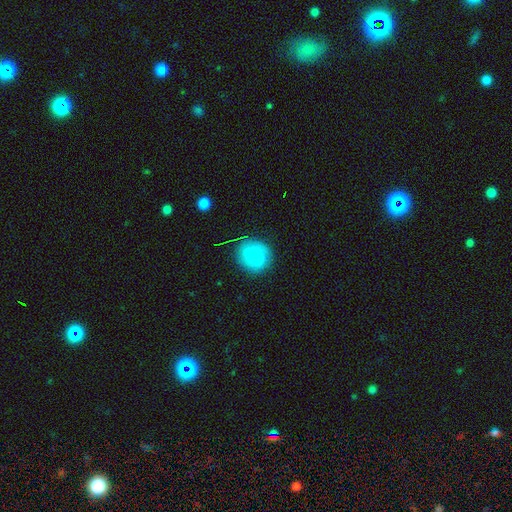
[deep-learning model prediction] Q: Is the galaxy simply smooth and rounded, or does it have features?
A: smooth — 53%.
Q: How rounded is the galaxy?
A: round — 87%.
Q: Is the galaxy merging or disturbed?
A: none — 53%.